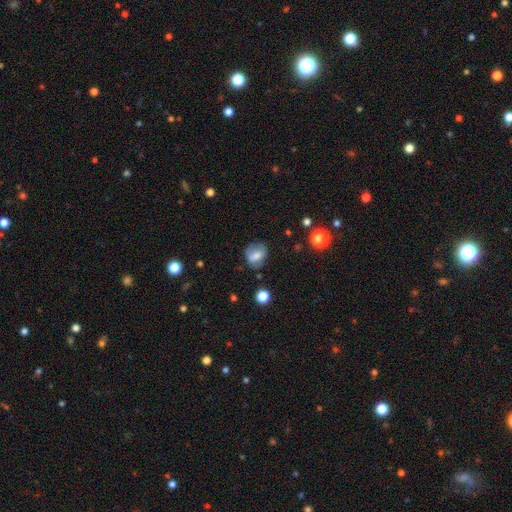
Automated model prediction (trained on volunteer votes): This appears to be a smooth galaxy with no disk features (63%) that is round (56%). Merging: none (65%).